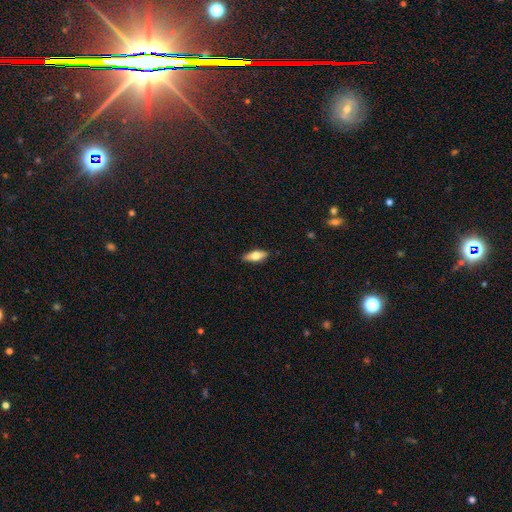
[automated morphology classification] This is likely a smooth galaxy (61%). How rounded: likely in between (68%). Merging: clearly none (88%).